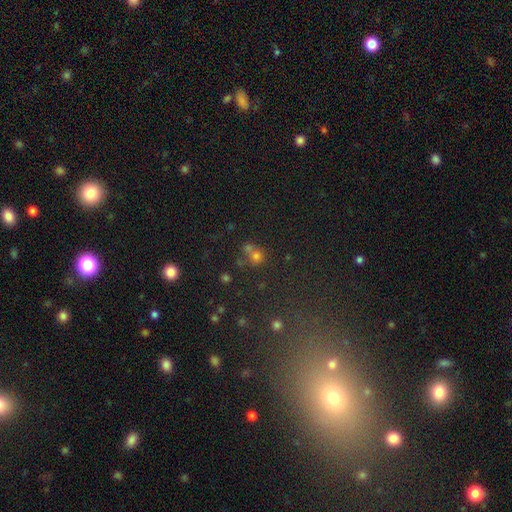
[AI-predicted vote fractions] Morphology: type=smooth (57%); roundness=round (80%); merging=none (48%).